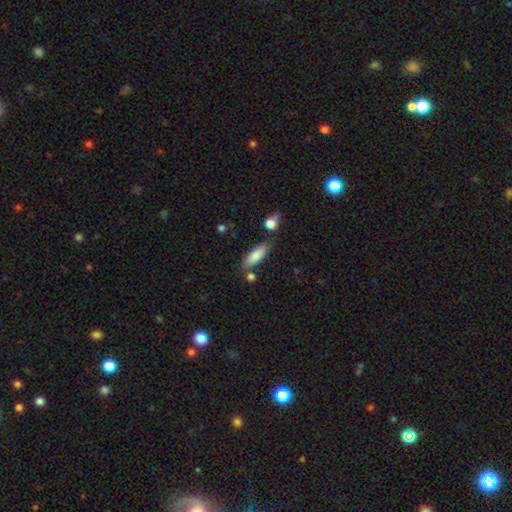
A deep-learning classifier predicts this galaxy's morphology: smooth 81%, featured or disk 12%, star or artifact 7%. Down the decision tree: how rounded — in between (60%); merging — none (71%).